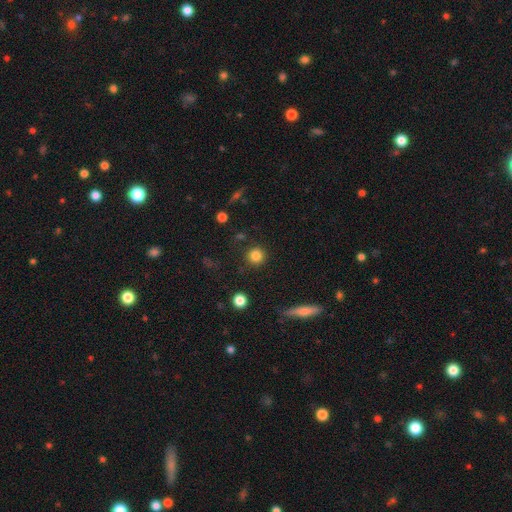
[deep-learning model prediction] smooth 83%, star or artifact 11%, featured or disk 6%. Down the decision tree: how rounded — round (94%); merging — none (89%).